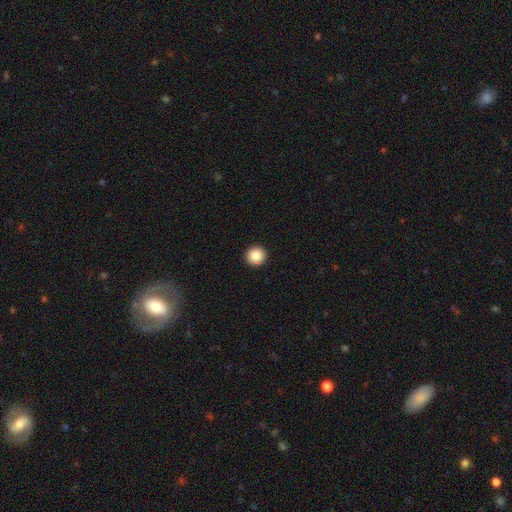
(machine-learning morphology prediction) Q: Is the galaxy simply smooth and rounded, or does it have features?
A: smooth — 86%.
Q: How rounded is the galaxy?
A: round — 96%.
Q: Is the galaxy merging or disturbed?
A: none — 94%.